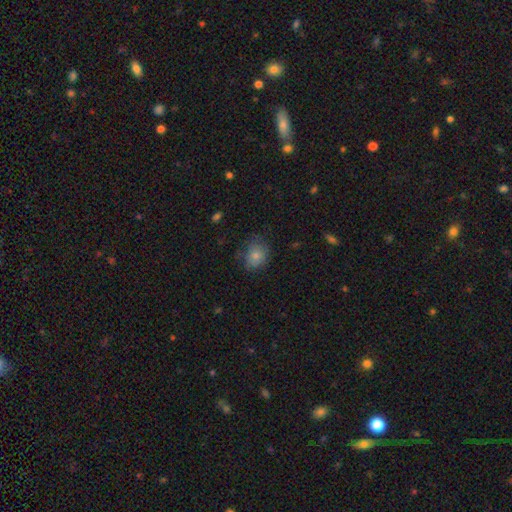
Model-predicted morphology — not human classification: Smooth or featured? Predicted: smooth (p=0.80). How rounded? Predicted: round (p=0.64). Merging? Predicted: none (p=0.65).